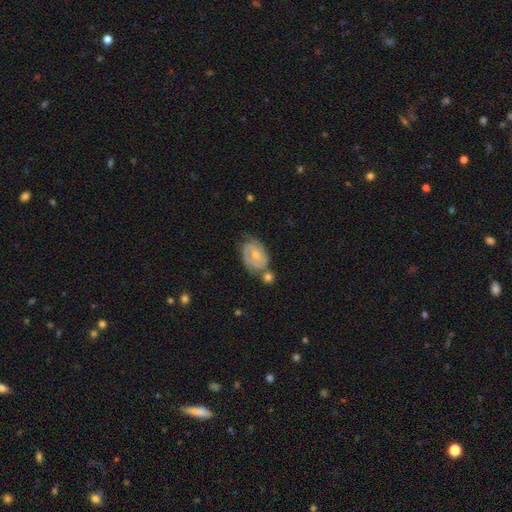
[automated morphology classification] type=featured or disk (62%); edge-on=no (96%); bar=no (58%); spiral arms=yes (75%); bulge=moderate (49%); merging=none (45%).